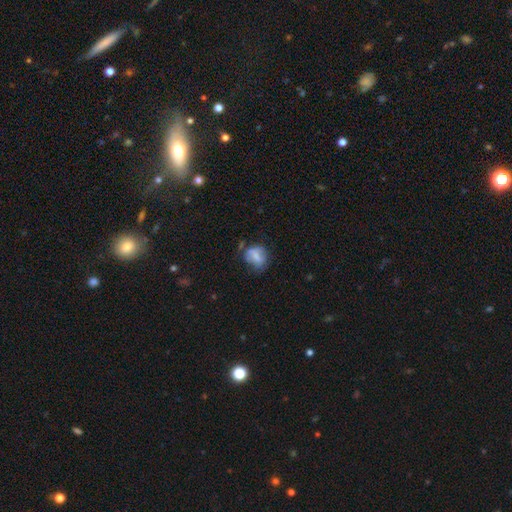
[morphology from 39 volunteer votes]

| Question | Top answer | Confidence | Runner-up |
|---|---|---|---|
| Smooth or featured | smooth | 67% | featured or disk (26%) |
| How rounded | round | 58% | in between (42%) |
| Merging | minor disturbance | 50% | none (39%) |